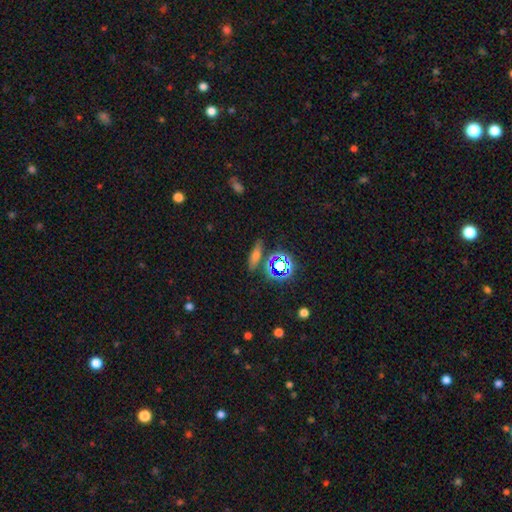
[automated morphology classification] Overall: smooth (52%; star or artifact 27%). How rounded: cigar-shaped (57%; in between 32%). Merging: none (80%).